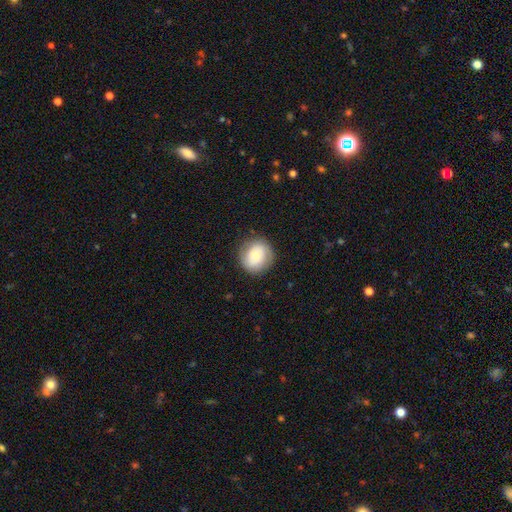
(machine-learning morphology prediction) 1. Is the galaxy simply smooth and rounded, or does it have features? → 61% smooth, 31% featured or disk, 8% star or artifact.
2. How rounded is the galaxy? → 84% round, 15% in between, 1% cigar-shaped.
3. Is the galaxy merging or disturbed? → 83% none, 12% minor disturbance, 4% major disturbance, 1% merger.